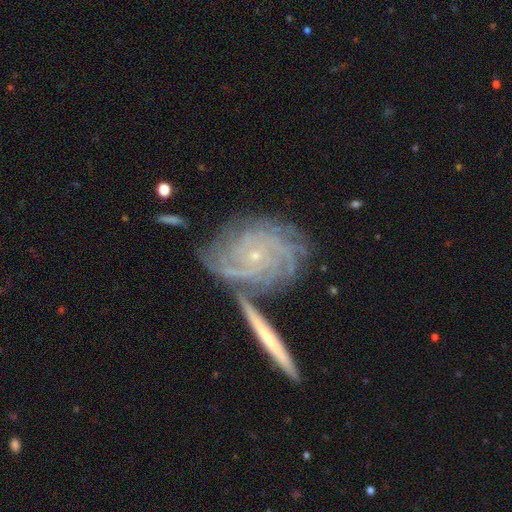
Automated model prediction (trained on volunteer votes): This is clearly a featured or disk galaxy (87%). It is clearly not viewed edge-on (95%). Bar: likely no (79%). Spiral arm pattern: clearly yes (97%). Spiral arm count: marginally can't tell (28%). Spiral winding: likely tight (78%). Central bulge: clearly small (87%). Merging: likely none (64%).